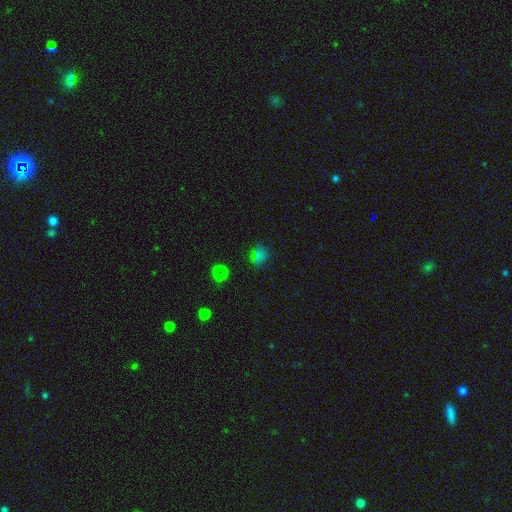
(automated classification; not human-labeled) smooth_or_featured: smooth (p=0.56) [alt: star or artifact p=0.35]
how_rounded: round (p=0.72) [alt: in between p=0.26]
merging: none (p=0.75) [alt: minor disturbance p=0.16]